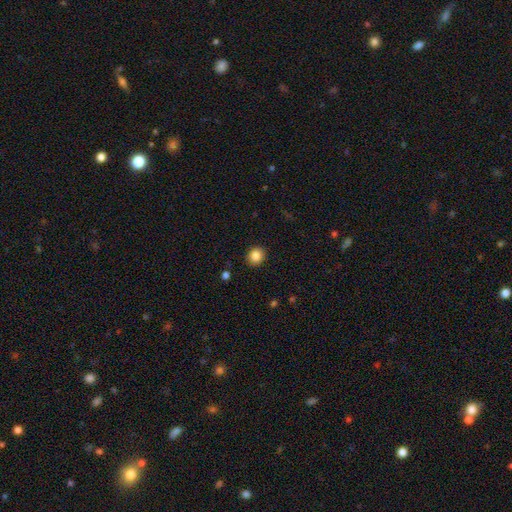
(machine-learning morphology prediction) A smooth galaxy with no disk features (86%) that is round (81%).

Vote fractions:
- Smooth or featured? smooth: 86% / star or artifact: 10% / featured or disk: 4%
- How rounded? round: 81% / in between: 18% / cigar-shaped: 1%
- Merging? none: 90% / minor disturbance: 7% / major disturbance: 2% / merger: 1%